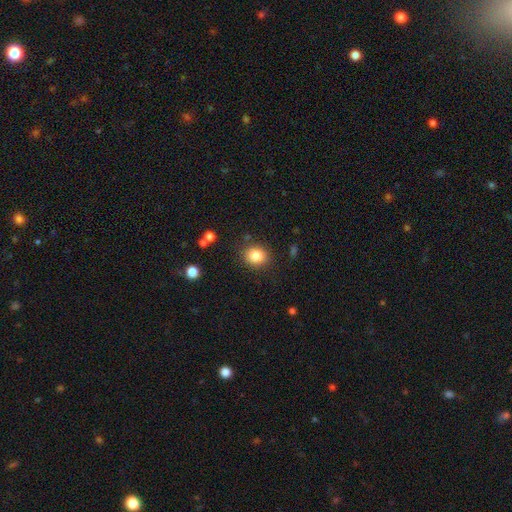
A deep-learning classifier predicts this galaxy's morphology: smooth_or_featured: smooth (p=0.83) [alt: star or artifact p=0.10]
how_rounded: round (p=0.75) [alt: in between p=0.24]
merging: none (p=0.86) [alt: minor disturbance p=0.09]